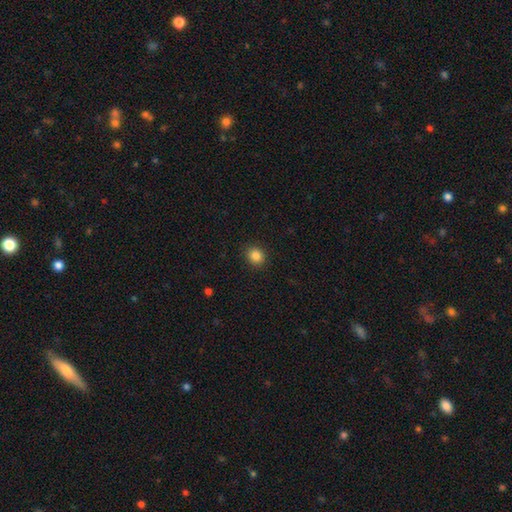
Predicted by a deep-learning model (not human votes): Smooth or featured: smooth — 85% (star or artifact — 11%)
How rounded: round — 77% (in between — 22%)
Merging: none — 90% (minor disturbance — 7%)